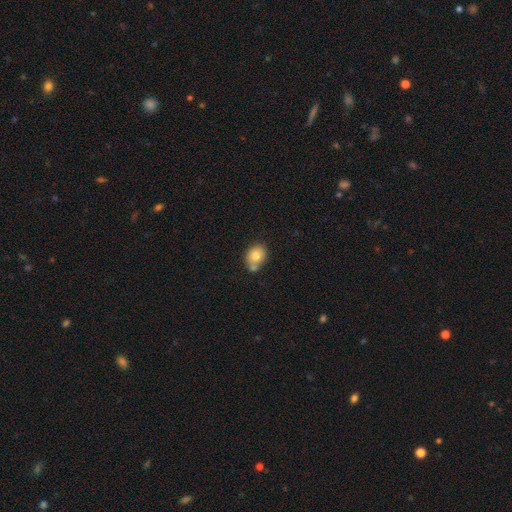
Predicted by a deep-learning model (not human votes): Smooth or featured?
  - smooth: 79% *
  - featured or disk: 12%
  - star or artifact: 9%
How rounded?
  - round: 50% *
  - in between: 49%
  - cigar-shaped: 1%
Merging?
  - none: 52% *
  - merger: 27%
  - minor disturbance: 17%
  - major disturbance: 4%